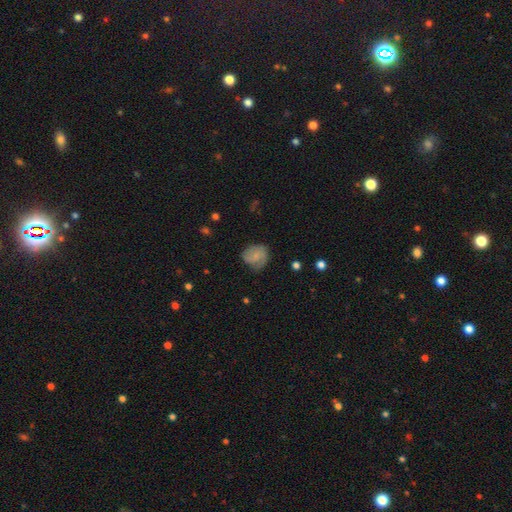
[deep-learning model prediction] Smooth or featured?
  - featured or disk: 49% *
  - smooth: 43%
  - star or artifact: 8%
Merging?
  - none: 66% *
  - minor disturbance: 24%
  - major disturbance: 9%
  - merger: 1%